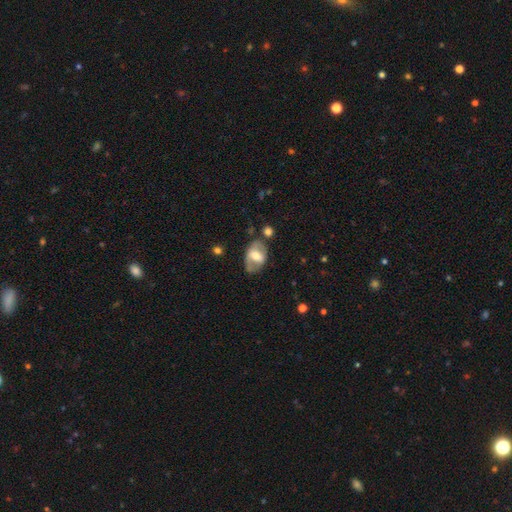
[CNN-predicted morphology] featured or disk 52%, smooth 41%, star or artifact 7%. Down the decision tree: edge-on disk — no (92%); merging — none (56%).